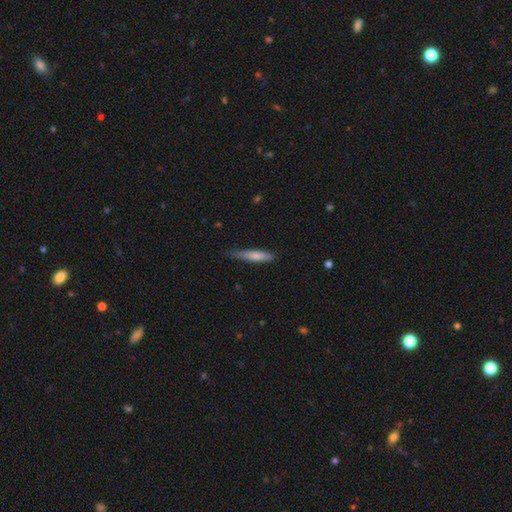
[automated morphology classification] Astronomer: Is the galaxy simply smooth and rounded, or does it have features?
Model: smooth — 75%.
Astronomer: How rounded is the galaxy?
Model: cigar-shaped — 85%.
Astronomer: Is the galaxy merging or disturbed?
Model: none — 64%.